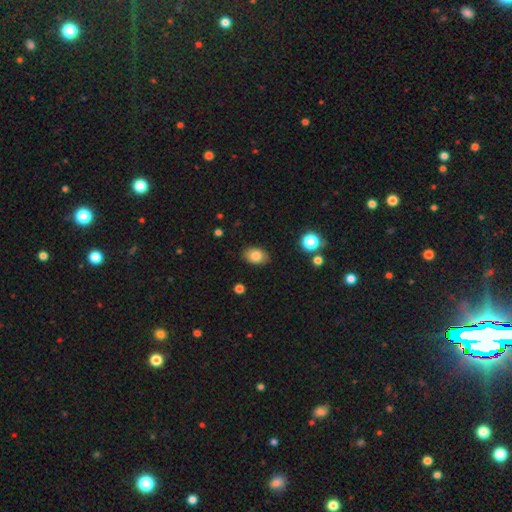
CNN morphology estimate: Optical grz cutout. It shows a smooth galaxy with no disk features (83%) that is in between round and cigar-shaped (79%). Merging: none (87%).